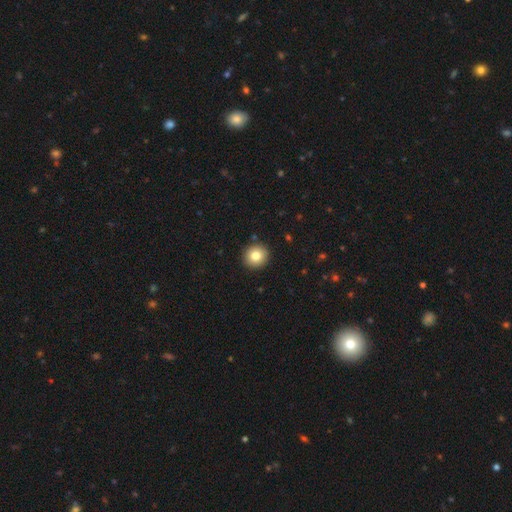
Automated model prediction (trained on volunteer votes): smooth 80%, featured or disk 10%, star or artifact 10%. Down the decision tree: how rounded — round (93%); merging — none (92%).